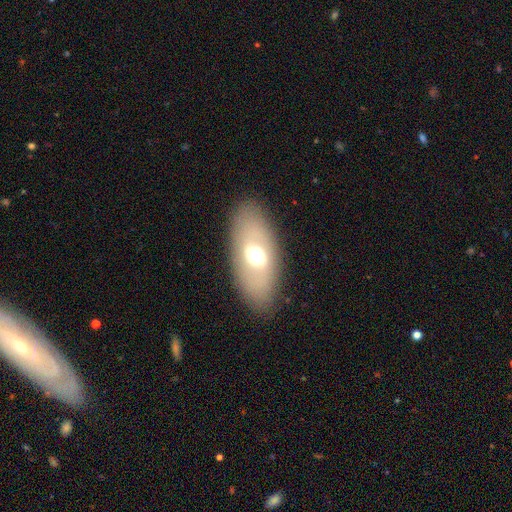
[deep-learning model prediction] Q: Smooth or featured?
A: smooth (52%); runner-up: featured or disk (38%)
Q: How rounded?
A: in between (87%); runner-up: round (8%)
Q: Merging?
A: none (84%); runner-up: minor disturbance (9%)